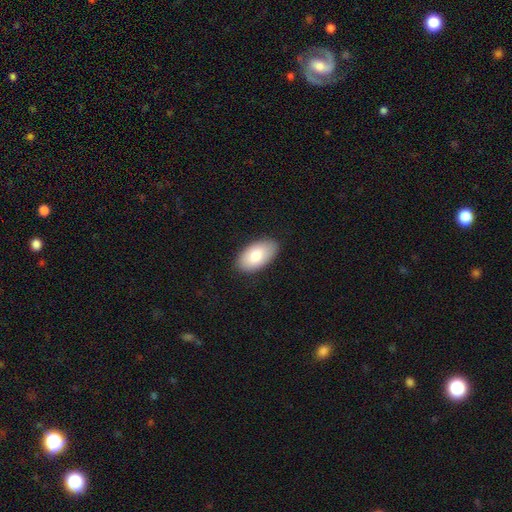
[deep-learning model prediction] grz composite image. It shows a smooth galaxy with no disk features (80%) that is in between round and cigar-shaped (96%). Merging: none (86%).